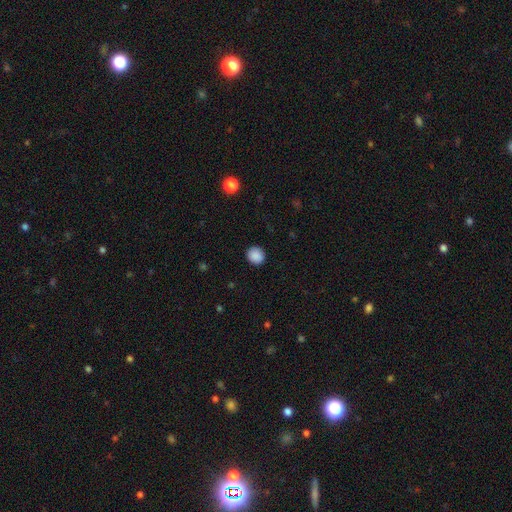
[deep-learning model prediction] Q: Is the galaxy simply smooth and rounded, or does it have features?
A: smooth — 89%.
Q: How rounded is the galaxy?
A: round — 83%.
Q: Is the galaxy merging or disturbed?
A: none — 89%.